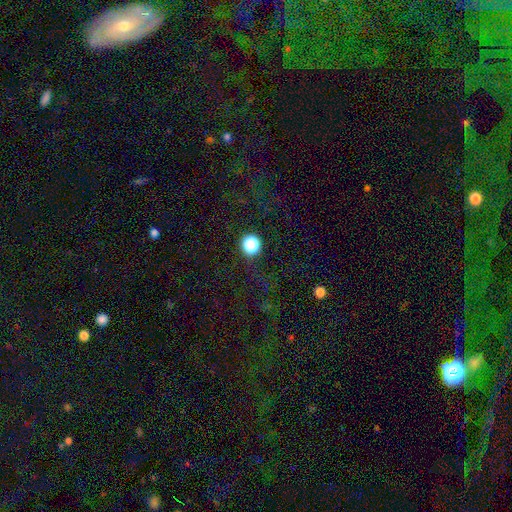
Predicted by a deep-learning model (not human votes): A star or artifact, not a galaxy (66%).

Vote fractions:
- Smooth or featured? star or artifact: 66% / smooth: 22% / featured or disk: 12%